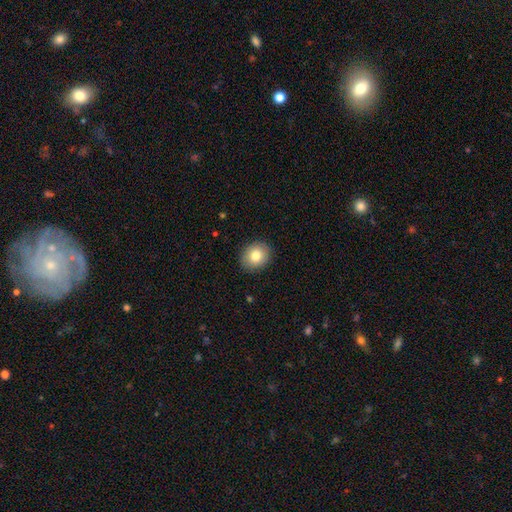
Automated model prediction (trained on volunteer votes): The model was most divided on "how rounded": round: 67%, in between: 32%, cigar-shaped: 1%. More confident: merging — none (90%); smooth or featured — smooth (81%).